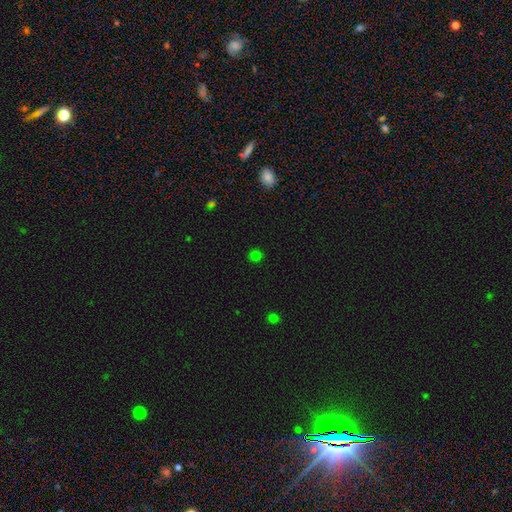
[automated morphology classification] The model was most divided on "smooth or featured": smooth: 75%, star or artifact: 22%, featured or disk: 4%. More confident: how rounded — round (92%); merging — none (90%).